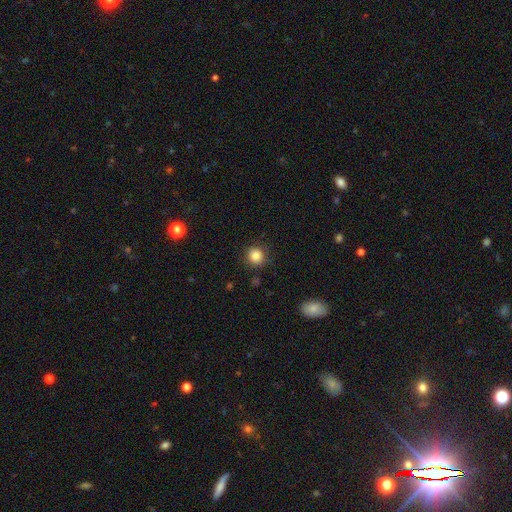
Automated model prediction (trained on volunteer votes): Smooth or featured?
  - smooth: 85% *
  - star or artifact: 11%
  - featured or disk: 4%
How rounded?
  - round: 90% *
  - in between: 9%
  - cigar-shaped: 1%
Merging?
  - none: 85% *
  - minor disturbance: 11%
  - major disturbance: 3%
  - merger: 1%